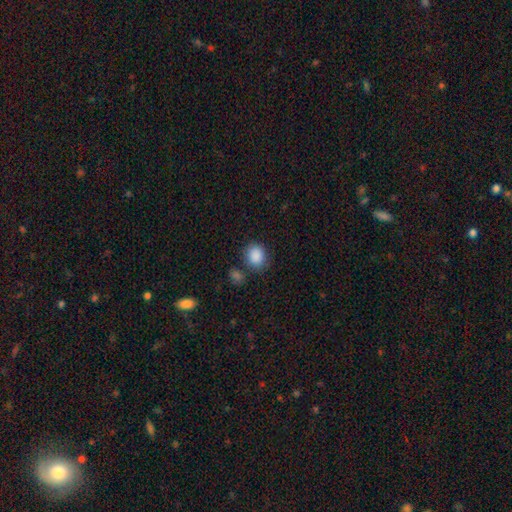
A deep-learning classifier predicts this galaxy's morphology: Smooth or featured?
  - smooth: 88% *
  - star or artifact: 8%
  - featured or disk: 3%
How rounded?
  - round: 65% *
  - in between: 34%
  - cigar-shaped: 1%
Merging?
  - none: 74% *
  - minor disturbance: 13%
  - merger: 8%
  - major disturbance: 4%